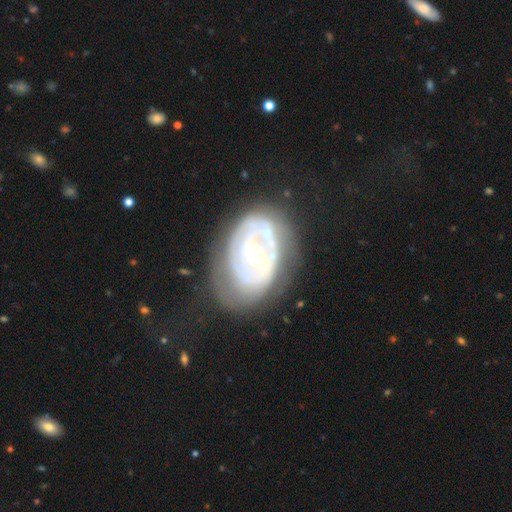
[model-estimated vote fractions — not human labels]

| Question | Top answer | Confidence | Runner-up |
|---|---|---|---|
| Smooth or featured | featured or disk | 77% | smooth (17%) |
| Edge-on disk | no | 96% | yes (4%) |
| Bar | no | 46% | weak (35%) |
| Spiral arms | yes | 57% | no (43%) |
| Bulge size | small | 48% | moderate (47%) |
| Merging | none | 49% | minor disturbance (28%) |